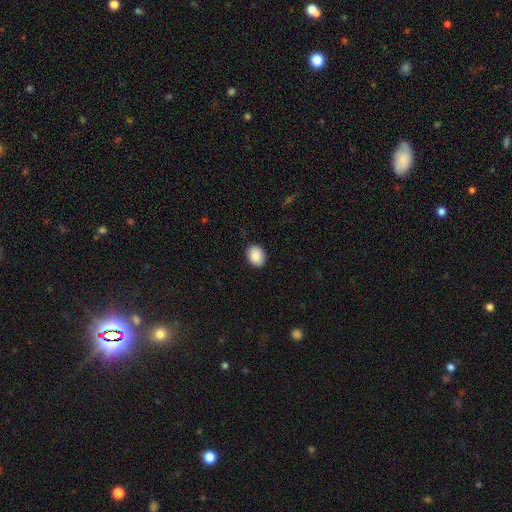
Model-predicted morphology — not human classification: Smooth or featured? Predicted: smooth (p=0.89). How rounded? Predicted: in between (p=0.60). Merging? Predicted: none (p=0.88).